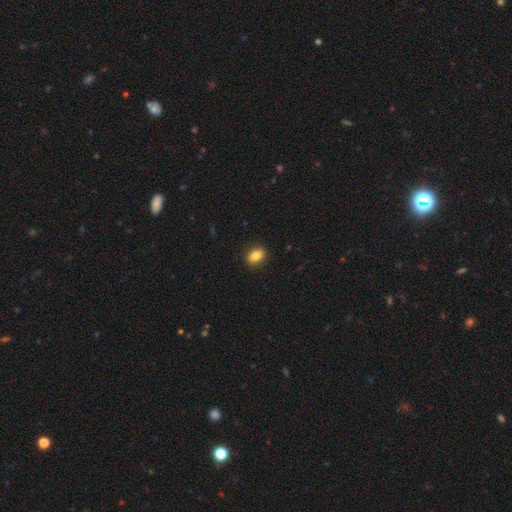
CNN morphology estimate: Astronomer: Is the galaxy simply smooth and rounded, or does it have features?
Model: smooth — 83%.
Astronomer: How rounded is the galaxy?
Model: in between — 70%.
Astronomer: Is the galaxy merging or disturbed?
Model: none — 89%.